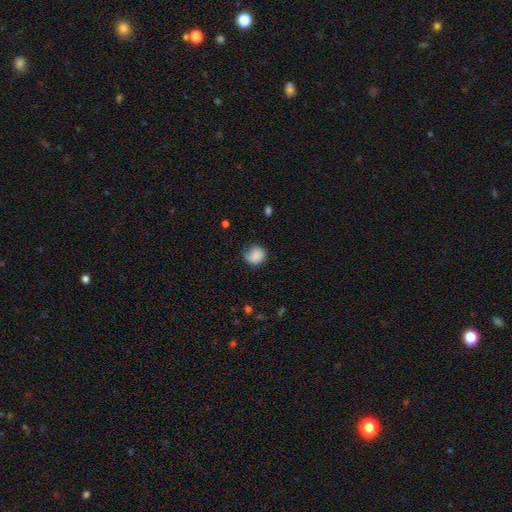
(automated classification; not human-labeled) Smooth or featured?
  - smooth: 85% *
  - star or artifact: 8%
  - featured or disk: 7%
How rounded?
  - round: 78% *
  - in between: 21%
  - cigar-shaped: 1%
Merging?
  - none: 65% *
  - minor disturbance: 26%
  - major disturbance: 7%
  - merger: 2%